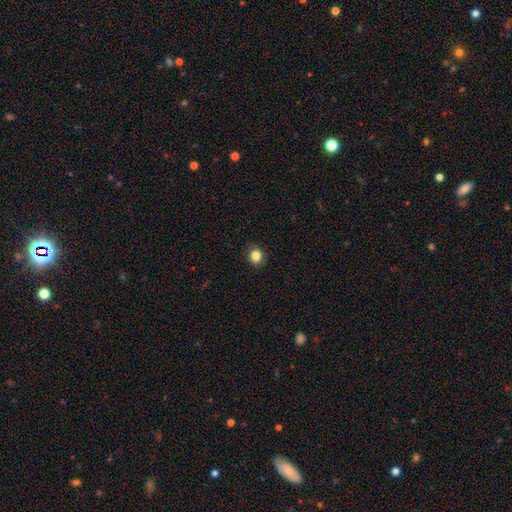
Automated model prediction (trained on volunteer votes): A smooth galaxy with no disk features (85%) that is round (75%). Merging: none (90%).